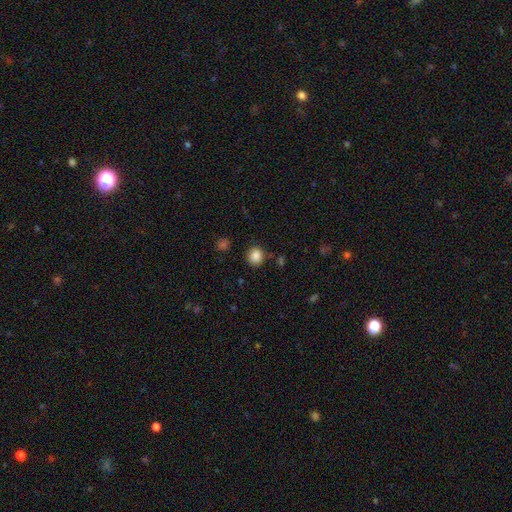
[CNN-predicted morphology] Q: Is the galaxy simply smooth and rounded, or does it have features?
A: smooth — 86%.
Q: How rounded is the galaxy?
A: round — 81%.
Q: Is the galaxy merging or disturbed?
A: none — 85%.